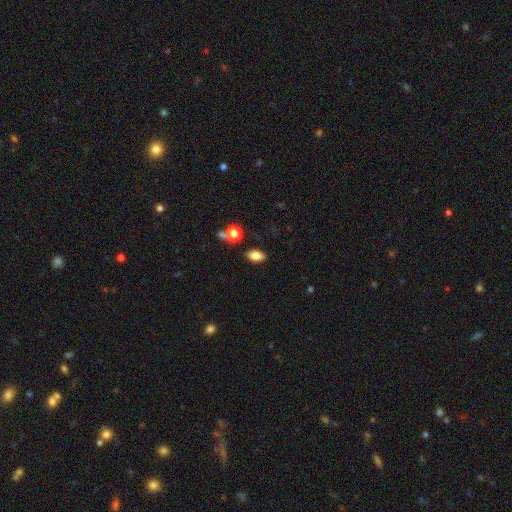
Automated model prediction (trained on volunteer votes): The model was most divided on "smooth or featured": smooth: 82%, star or artifact: 10%, featured or disk: 8%. More confident: how rounded — in between (89%); merging — none (83%).